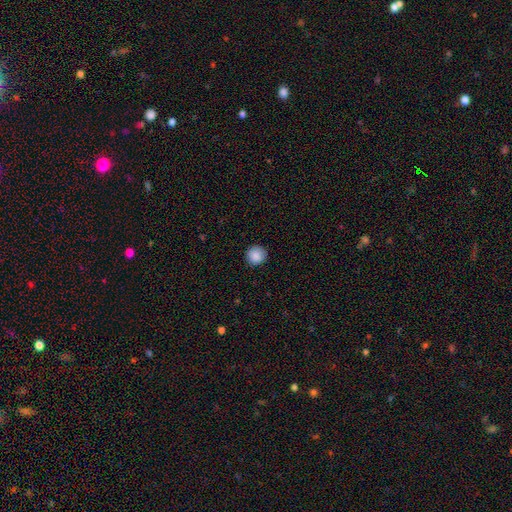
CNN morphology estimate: This appears to be a smooth galaxy with no disk features (87%) that is round (94%). Merging: none (89%).